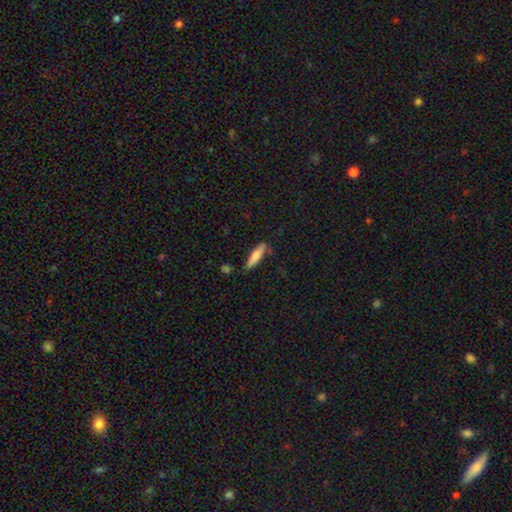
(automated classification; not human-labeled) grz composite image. It shows a smooth galaxy with no disk features (71%) that is cigar-shaped (74%). Merging: none (78%).